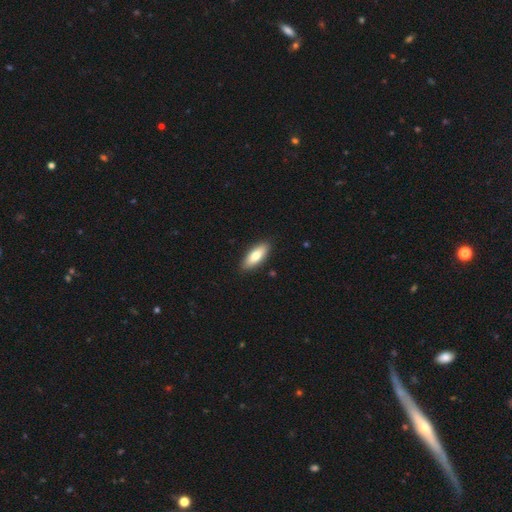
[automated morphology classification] smooth 78%, featured or disk 17%, star or artifact 6%. Down the decision tree: how rounded — in between (72%); merging — none (89%).